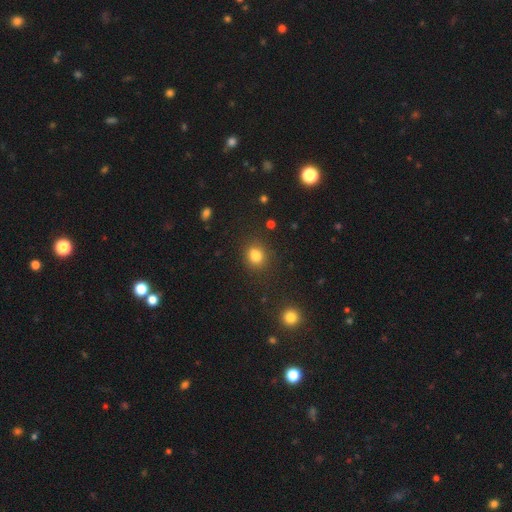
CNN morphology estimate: Smooth or featured? smooth (80%)
How rounded? round (68%)
Merging? none (76%)